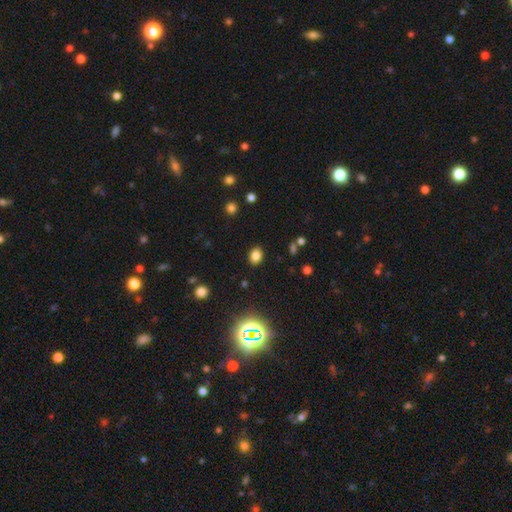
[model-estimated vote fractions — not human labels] Overall: smooth (80%). How rounded: in between (61%; round 37%). Merging: none (88%).